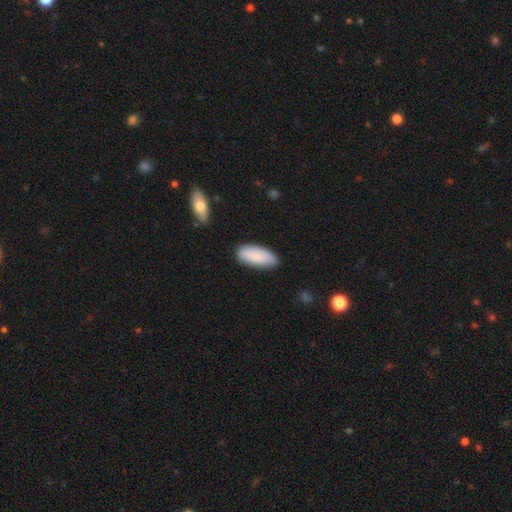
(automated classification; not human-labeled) A smooth galaxy with no disk features (88%) that is in between round and cigar-shaped (83%).

Vote fractions:
- Smooth or featured? smooth: 88% / featured or disk: 6% / star or artifact: 6%
- How rounded? in between: 83% / cigar-shaped: 15% / round: 2%
- Merging? none: 82% / minor disturbance: 13% / major disturbance: 3% / merger: 2%